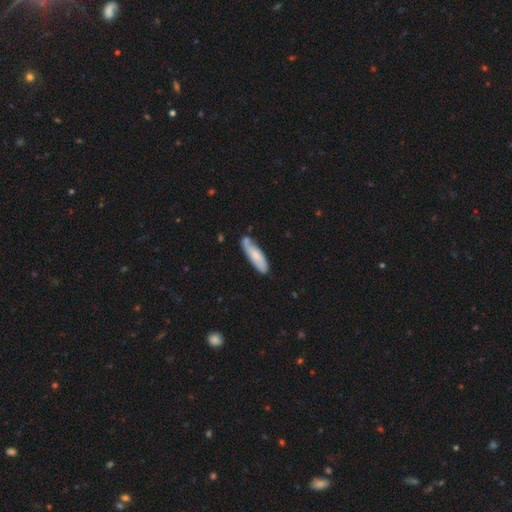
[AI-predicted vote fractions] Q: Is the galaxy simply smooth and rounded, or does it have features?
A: smooth — 67%.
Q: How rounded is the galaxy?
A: cigar-shaped — 62%.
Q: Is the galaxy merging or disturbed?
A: none — 66%.